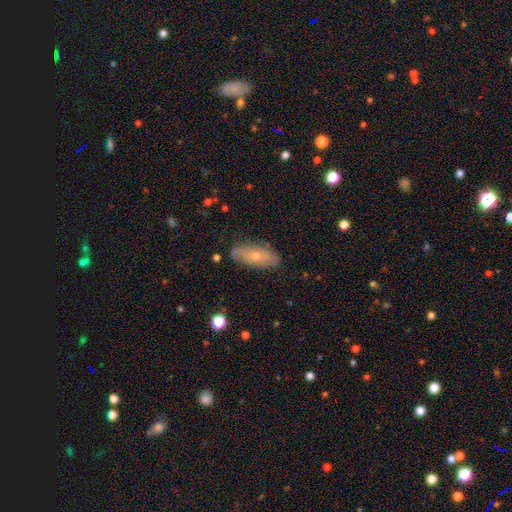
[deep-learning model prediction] Morphology: type=smooth (47%); merging=none (82%).